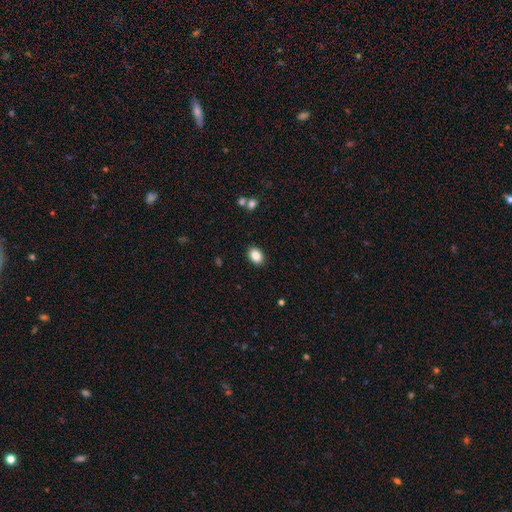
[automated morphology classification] A smooth galaxy with no disk features (87%) that is in between round and cigar-shaped (77%).

Vote fractions:
- Smooth or featured? smooth: 87% / star or artifact: 8% / featured or disk: 5%
- How rounded? in between: 77% / round: 22% / cigar-shaped: 1%
- Merging? none: 89% / minor disturbance: 8% / major disturbance: 2% / merger: 1%